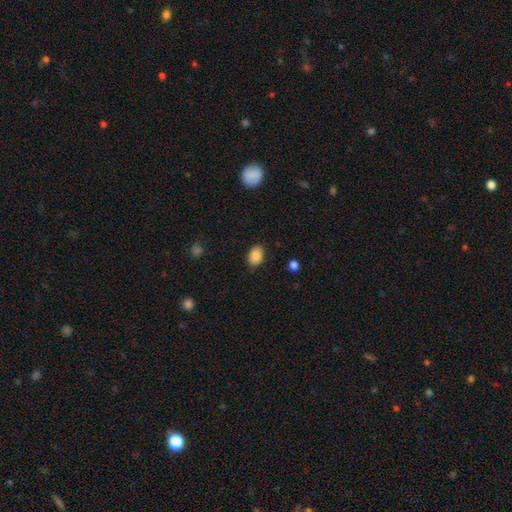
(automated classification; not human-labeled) The model was most divided on "how rounded": in between: 77%, round: 22%, cigar-shaped: 1%. More confident: smooth or featured — smooth (88%); merging — none (83%).